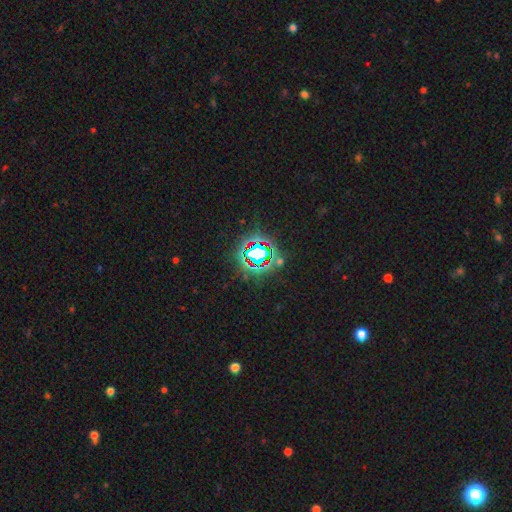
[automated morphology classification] The model was most divided on "smooth or featured": star or artifact: 75%, smooth: 13%, featured or disk: 12%.